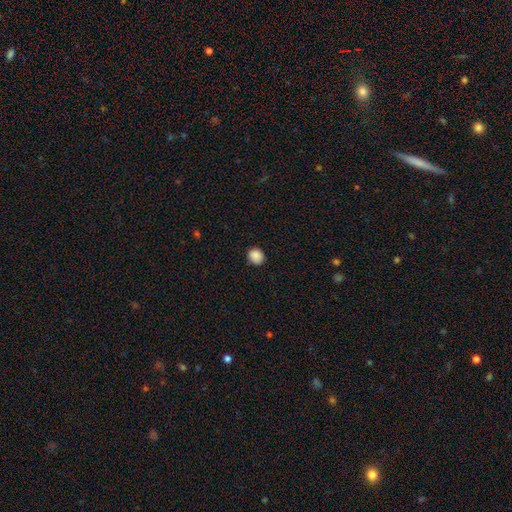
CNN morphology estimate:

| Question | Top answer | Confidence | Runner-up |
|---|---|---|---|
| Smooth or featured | smooth | 89% | star or artifact (9%) |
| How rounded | round | 75% | in between (24%) |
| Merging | none | 89% | minor disturbance (8%) |